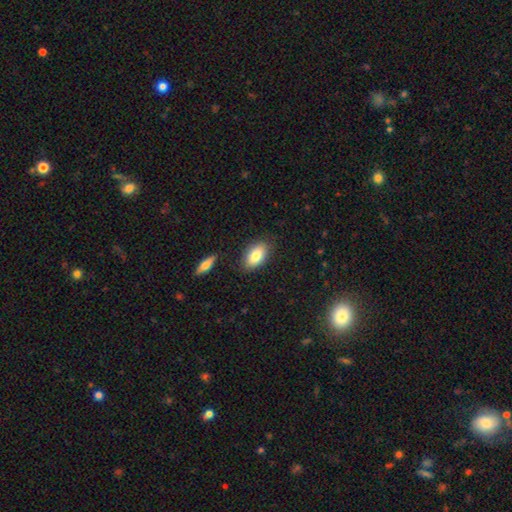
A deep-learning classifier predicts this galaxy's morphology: This appears to be a smooth galaxy with no disk features (82%) that is in between round and cigar-shaped (91%). Merging: none (82%).